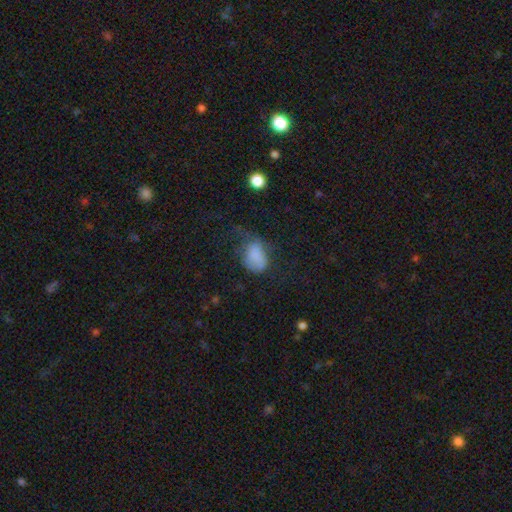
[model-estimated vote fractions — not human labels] This is likely a smooth galaxy (73%). How rounded: likely in between (77%). Merging: marginally major disturbance (40%).